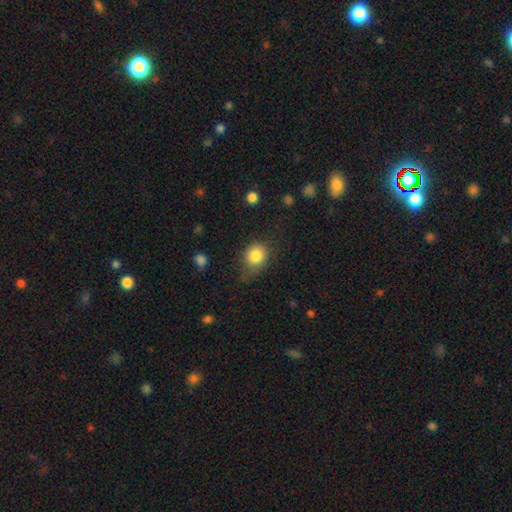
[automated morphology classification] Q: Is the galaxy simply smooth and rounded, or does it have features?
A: smooth — 83%.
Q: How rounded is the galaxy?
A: round — 69%.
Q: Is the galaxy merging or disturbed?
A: none — 58%.